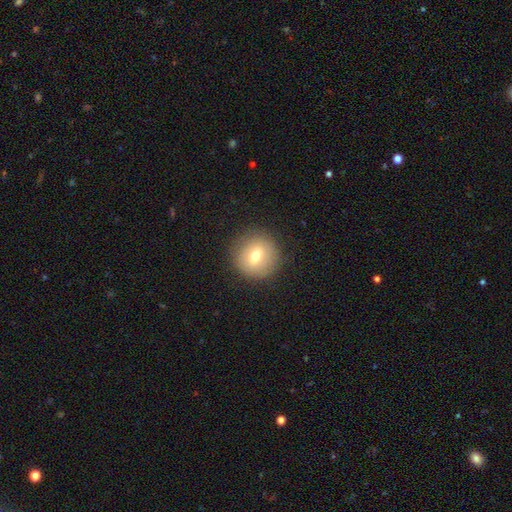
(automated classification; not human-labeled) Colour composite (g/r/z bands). It shows a smooth galaxy with no disk features (67%) that is round (92%). Merging: none (88%).